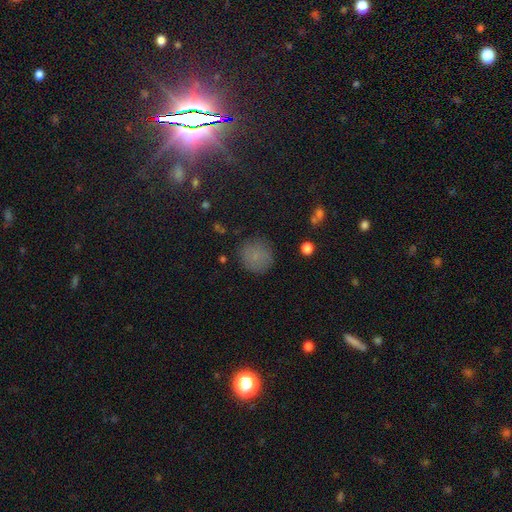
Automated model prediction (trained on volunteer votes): A smooth galaxy with no disk features (75%) that is round (91%).

Vote fractions:
- Smooth or featured? smooth: 75% / star or artifact: 16% / featured or disk: 9%
- How rounded? round: 91% / in between: 8% / cigar-shaped: 1%
- Merging? none: 83% / minor disturbance: 12% / major disturbance: 4% / merger: 2%